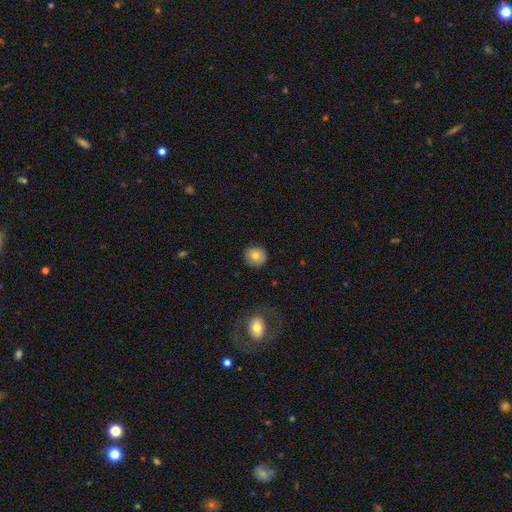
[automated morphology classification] A smooth galaxy with no disk features (79%) that is round (92%).

Vote fractions:
- Smooth or featured? smooth: 79% / featured or disk: 12% / star or artifact: 9%
- How rounded? round: 92% / in between: 7% / cigar-shaped: 1%
- Merging? none: 87% / minor disturbance: 9% / major disturbance: 2% / merger: 1%